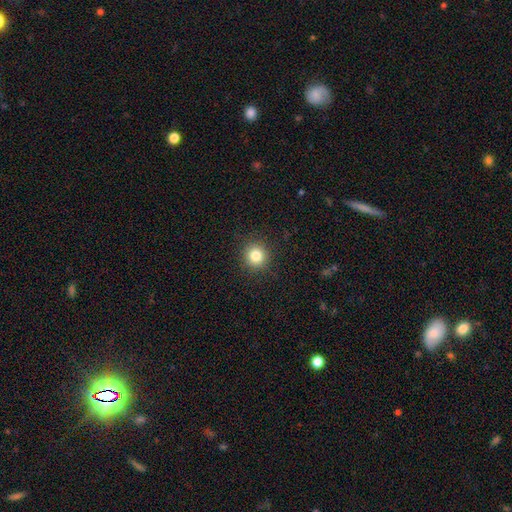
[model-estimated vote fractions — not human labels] Smooth or featured: smooth — 82% (star or artifact — 12%)
How rounded: round — 94% (in between — 6%)
Merging: none — 91% (minor disturbance — 6%)